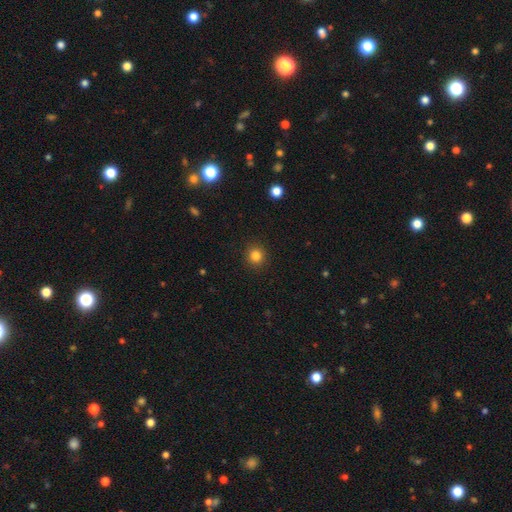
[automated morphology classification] smooth-or-featured: smooth: 83% | star or artifact: 12% | featured or disk: 5%
  how-rounded: round: 91% | in between: 8% | cigar-shaped: 1%
  merging: none: 92% | minor disturbance: 5% | major disturbance: 2% | merger: 1%